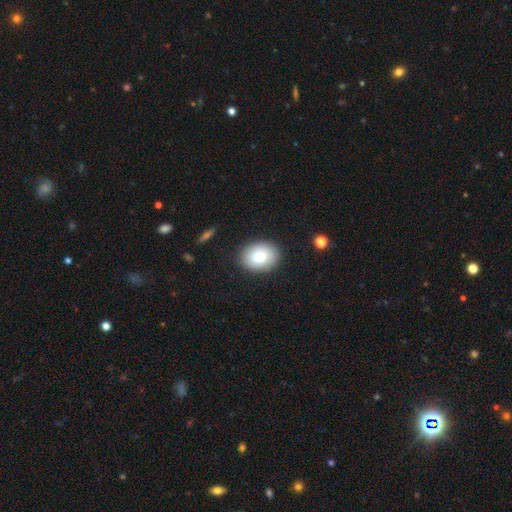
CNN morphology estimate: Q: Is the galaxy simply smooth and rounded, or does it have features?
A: smooth — 84%.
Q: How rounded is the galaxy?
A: in between — 73%.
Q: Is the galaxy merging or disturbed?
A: none — 86%.